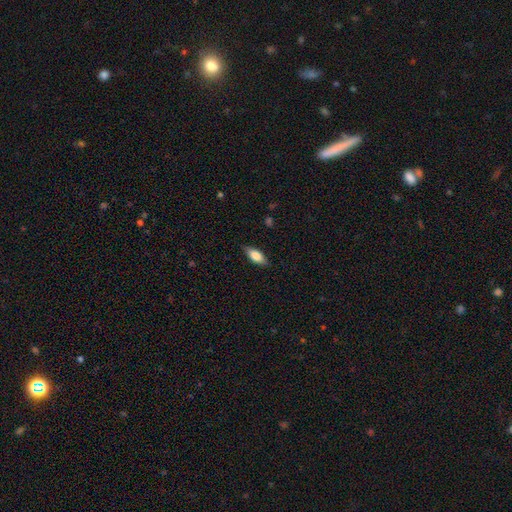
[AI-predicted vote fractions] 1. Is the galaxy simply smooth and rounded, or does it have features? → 77% smooth, 17% featured or disk, 7% star or artifact.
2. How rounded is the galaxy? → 80% in between, 17% cigar-shaped, 3% round.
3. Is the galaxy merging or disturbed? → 83% none, 13% minor disturbance, 3% major disturbance, 1% merger.